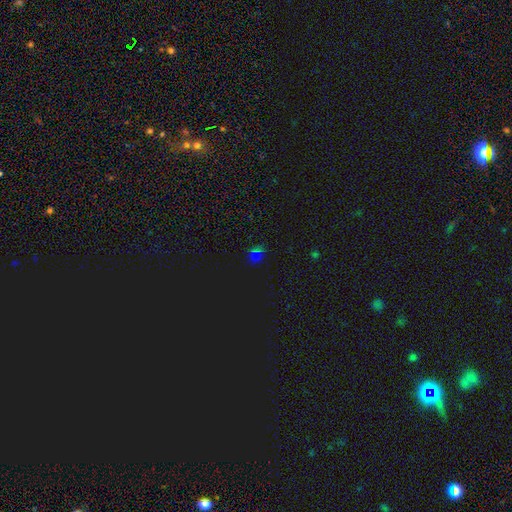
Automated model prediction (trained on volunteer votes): A star or artifact, not a galaxy (55%).